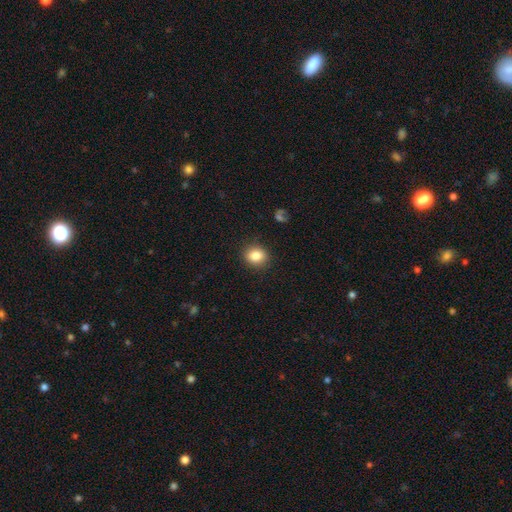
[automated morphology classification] A smooth galaxy with no disk features (84%) that is round (67%).

Vote fractions:
- Smooth or featured? smooth: 84% / star or artifact: 10% / featured or disk: 6%
- How rounded? round: 67% / in between: 32% / cigar-shaped: 1%
- Merging? none: 89% / minor disturbance: 8% / major disturbance: 2% / merger: 1%